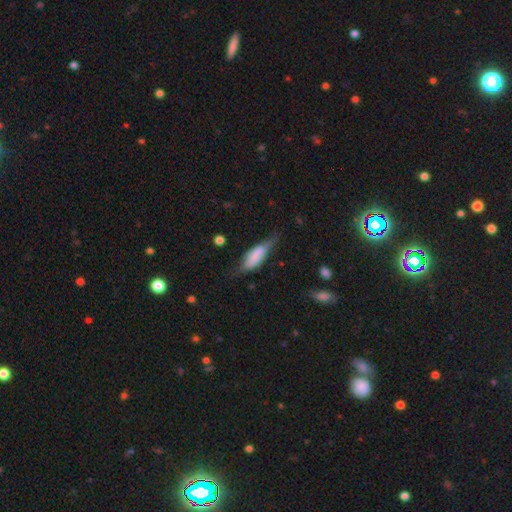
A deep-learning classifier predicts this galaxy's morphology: This is possibly a smooth galaxy (52%). How rounded: possibly in between (56%). Merging: possibly none (50%).